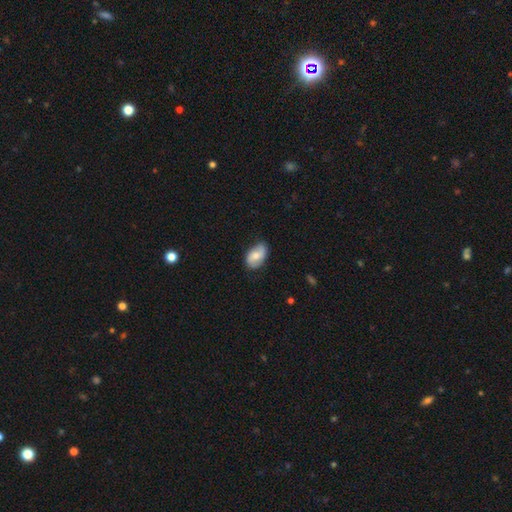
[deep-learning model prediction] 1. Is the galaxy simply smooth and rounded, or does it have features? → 56% smooth, 37% featured or disk, 7% star or artifact.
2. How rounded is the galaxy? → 91% in between, 8% round, 2% cigar-shaped.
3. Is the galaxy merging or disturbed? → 72% none, 23% minor disturbance, 4% major disturbance, 1% merger.